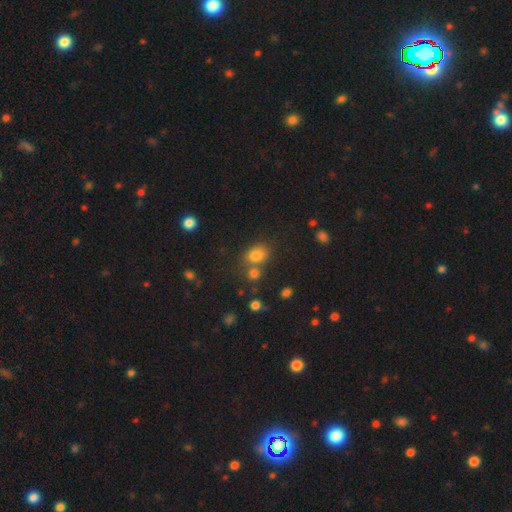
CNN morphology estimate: The model was most divided on "how rounded": in between: 61%, round: 38%, cigar-shaped: 1%. More confident: smooth or featured — smooth (79%); merging — none (57%).